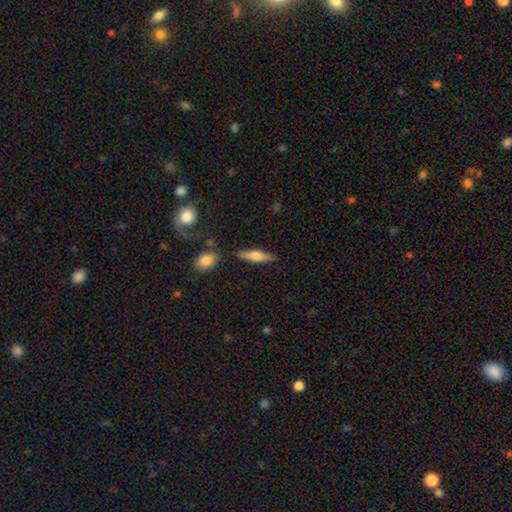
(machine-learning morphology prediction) smooth_or_featured: smooth (p=0.55) [alt: featured or disk p=0.38]
how_rounded: cigar-shaped (p=0.65) [alt: in between p=0.33]
merging: none (p=0.83) [alt: minor disturbance p=0.11]